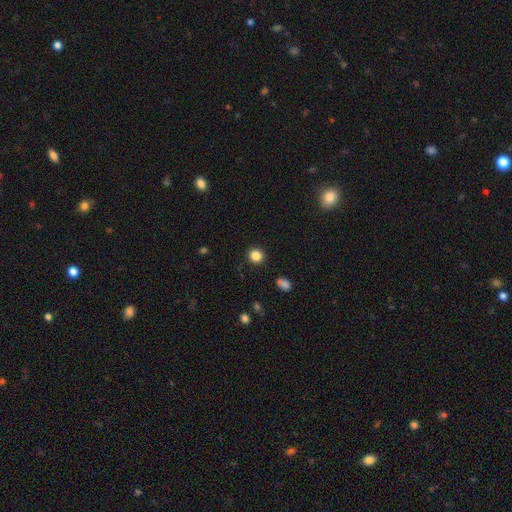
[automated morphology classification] smooth_or_featured: smooth (p=0.85) [alt: star or artifact p=0.11]
how_rounded: round (p=0.91) [alt: in between p=0.08]
merging: none (p=0.91) [alt: minor disturbance p=0.06]